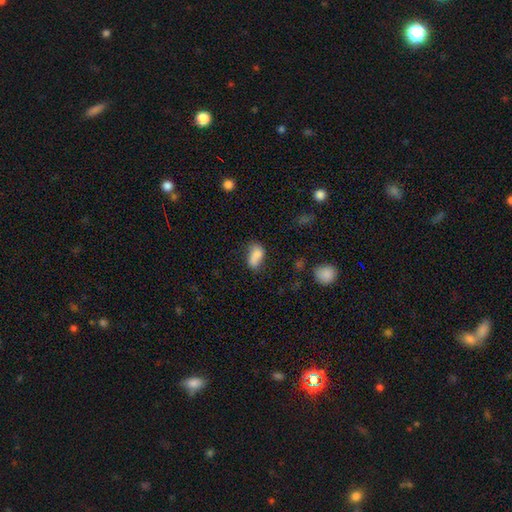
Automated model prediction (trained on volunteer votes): smooth_or_featured: smooth (p=0.79) [alt: featured or disk p=0.11]
how_rounded: in between (p=0.88) [alt: round p=0.08]
merging: none (p=0.45) [alt: minor disturbance p=0.29]